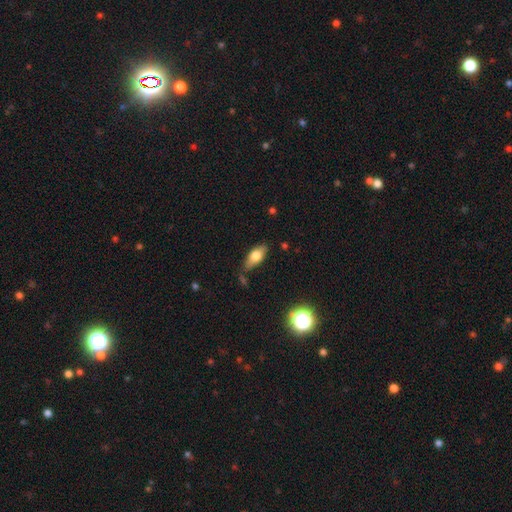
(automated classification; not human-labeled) Smooth or featured: smooth — 67% (featured or disk — 25%)
How rounded: in between — 79% (cigar-shaped — 17%)
Merging: none — 71% (minor disturbance — 20%)